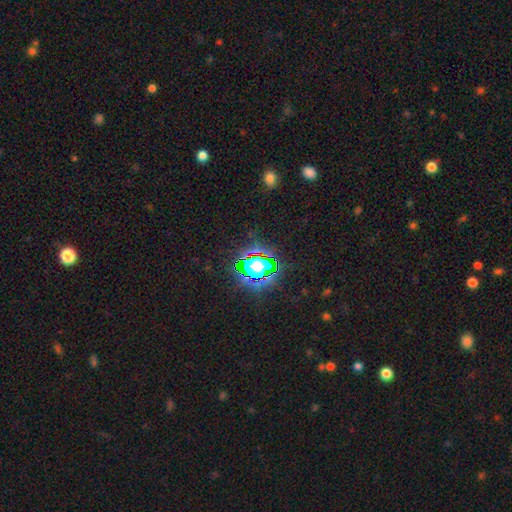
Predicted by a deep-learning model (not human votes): smooth_or_featured: star or artifact (p=0.77) [alt: smooth p=0.15]